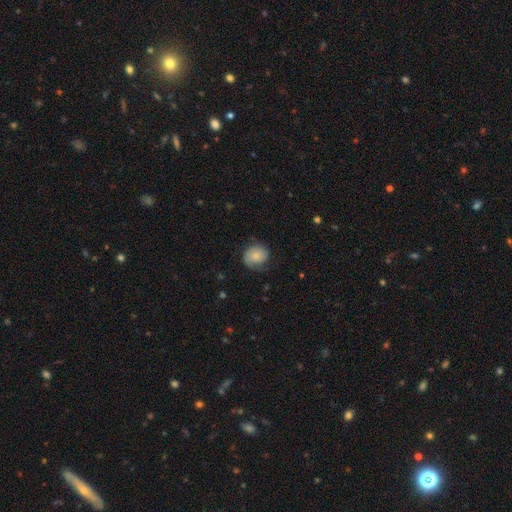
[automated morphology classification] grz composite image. It shows a smooth galaxy with no disk features (71%) that is round (76%). Merging: none (66%).